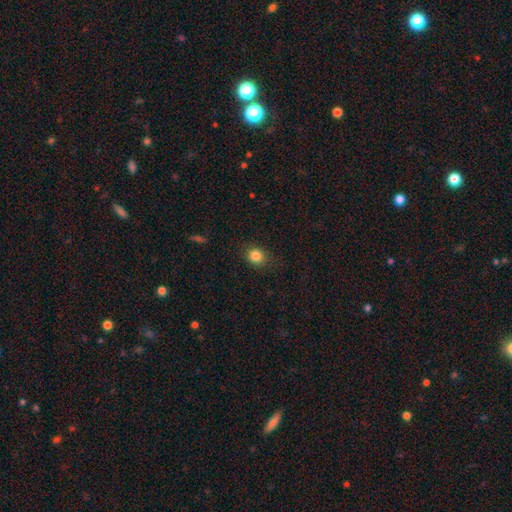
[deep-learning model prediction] This is clearly a smooth galaxy (84%). How rounded: likely round (74%). Merging: clearly none (86%).